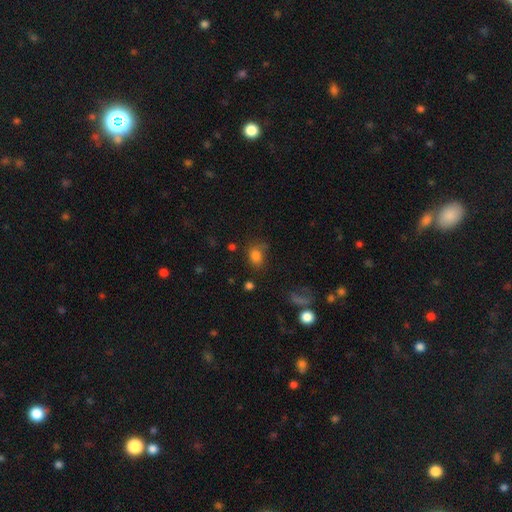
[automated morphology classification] Smooth or featured?
  - smooth: 79% *
  - star or artifact: 13%
  - featured or disk: 8%
How rounded?
  - in between: 62% *
  - round: 37%
  - cigar-shaped: 1%
Merging?
  - none: 58% *
  - minor disturbance: 25%
  - major disturbance: 12%
  - merger: 4%